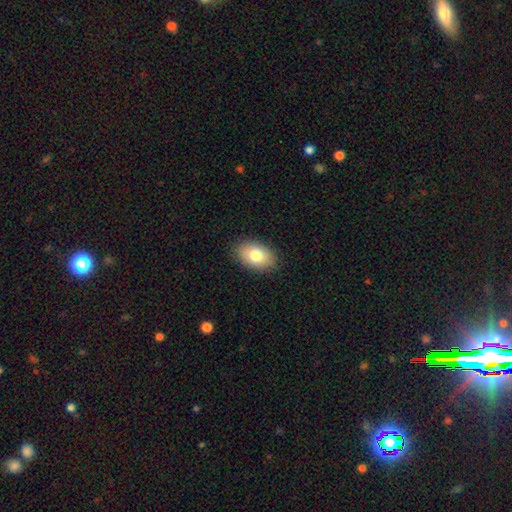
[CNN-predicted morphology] Q: Smooth or featured?
A: smooth (79%); runner-up: featured or disk (14%)
Q: How rounded?
A: in between (89%); runner-up: round (10%)
Q: Merging?
A: none (88%); runner-up: minor disturbance (9%)